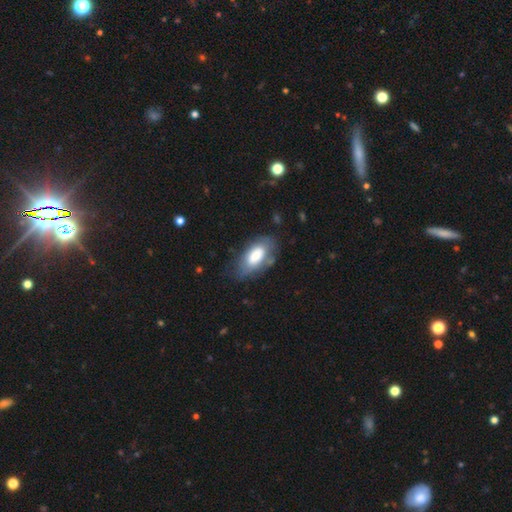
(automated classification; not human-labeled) A smooth galaxy with no disk features (71%) that is in between round and cigar-shaped (92%).

Vote fractions:
- Smooth or featured? smooth: 71% / featured or disk: 22% / star or artifact: 7%
- How rounded? in between: 92% / cigar-shaped: 5% / round: 3%
- Merging? none: 63% / minor disturbance: 24% / major disturbance: 10% / merger: 3%